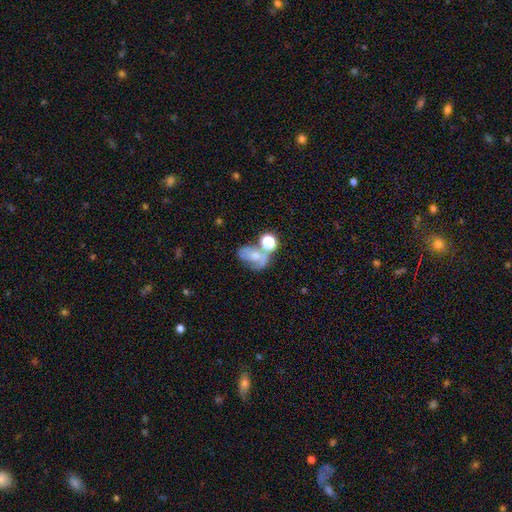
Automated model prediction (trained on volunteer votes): Q: Smooth or featured?
A: featured or disk (43%); runner-up: smooth (42%)
Q: Merging?
A: none (32%); tied with: merger (32%)